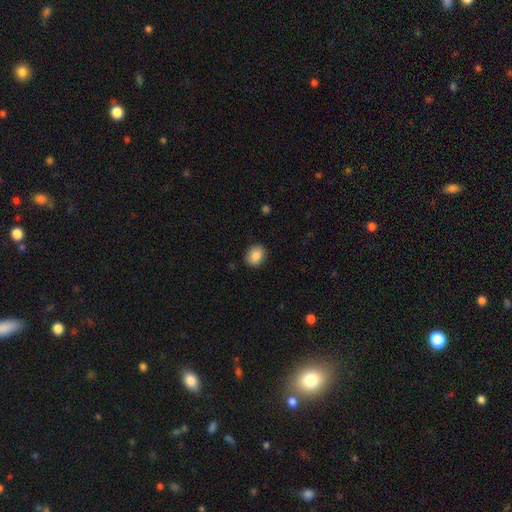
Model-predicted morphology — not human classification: Smooth or featured? Predicted: smooth (p=0.87). How rounded? Predicted: round (p=0.57). Merging? Predicted: none (p=0.89).